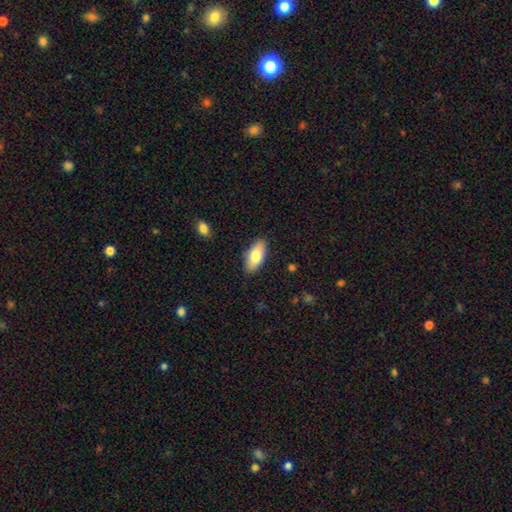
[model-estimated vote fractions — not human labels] Smooth or featured: smooth — 80% (featured or disk — 14%)
How rounded: in between — 88% (cigar-shaped — 9%)
Merging: none — 87% (minor disturbance — 10%)